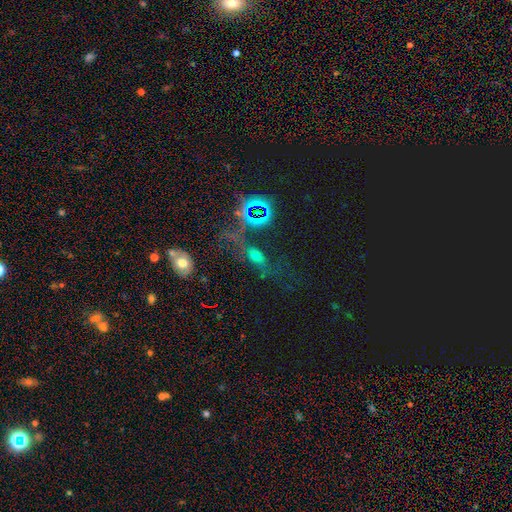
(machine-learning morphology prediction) A smooth galaxy with no disk features (42%).

Vote fractions:
- Smooth or featured? smooth: 42% / star or artifact: 33% / featured or disk: 25%
- Merging? none: 45% / major disturbance: 23% / minor disturbance: 18% / merger: 14%